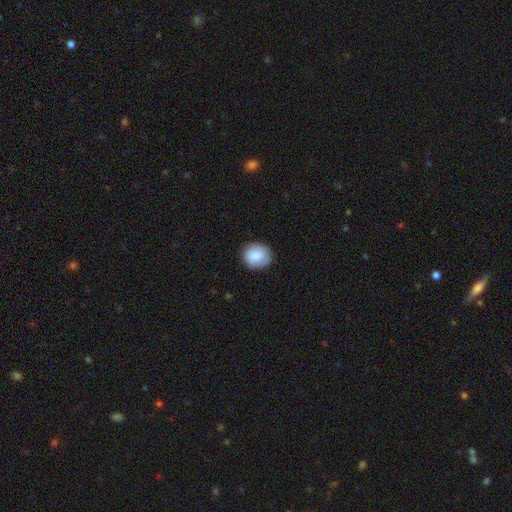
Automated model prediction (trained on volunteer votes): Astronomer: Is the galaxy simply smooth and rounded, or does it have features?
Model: smooth — 86%.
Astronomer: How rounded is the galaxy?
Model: round — 75%.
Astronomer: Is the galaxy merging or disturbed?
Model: none — 83%.